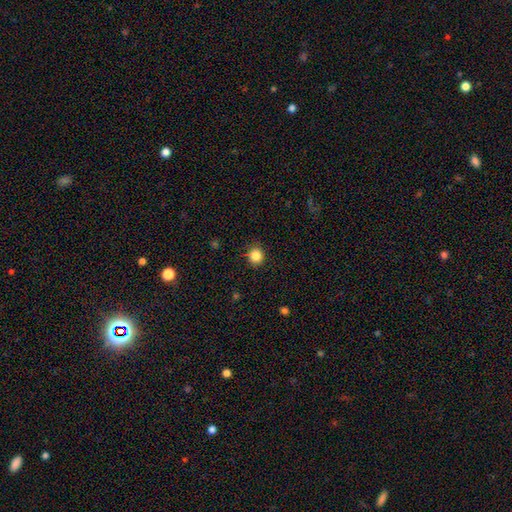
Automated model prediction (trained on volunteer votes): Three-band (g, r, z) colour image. It shows a smooth galaxy with no disk features (85%) that is round (87%). Merging: none (86%).